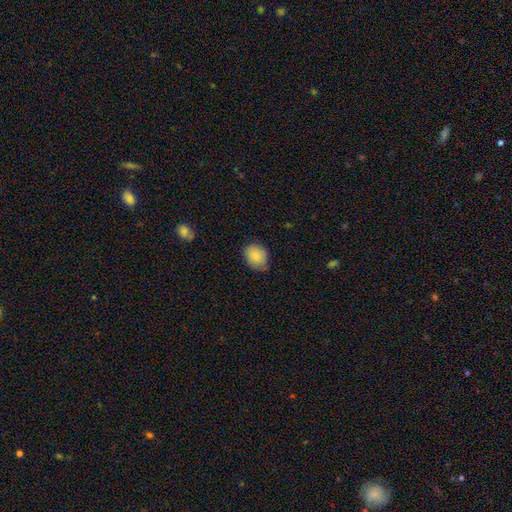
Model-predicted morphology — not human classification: Smooth or featured?
  - smooth: 84% *
  - star or artifact: 8%
  - featured or disk: 8%
How rounded?
  - round: 50% *
  - in between: 49%
  - cigar-shaped: 1%
Merging?
  - none: 76% *
  - minor disturbance: 20%
  - major disturbance: 3%
  - merger: 1%